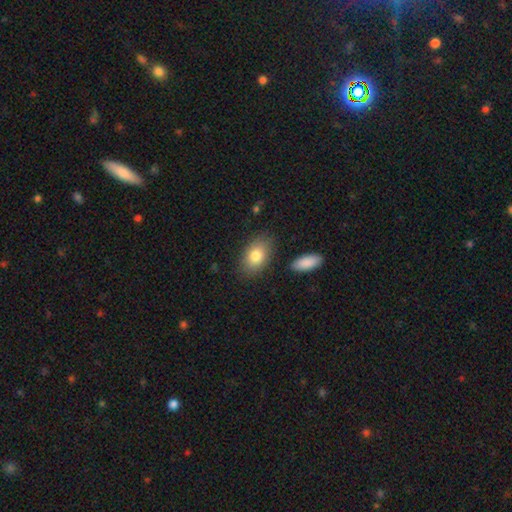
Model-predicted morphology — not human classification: Smooth or featured?
  - smooth: 81% *
  - featured or disk: 11%
  - star or artifact: 7%
How rounded?
  - in between: 88% *
  - round: 11%
  - cigar-shaped: 2%
Merging?
  - none: 83% *
  - minor disturbance: 11%
  - major disturbance: 3%
  - merger: 3%